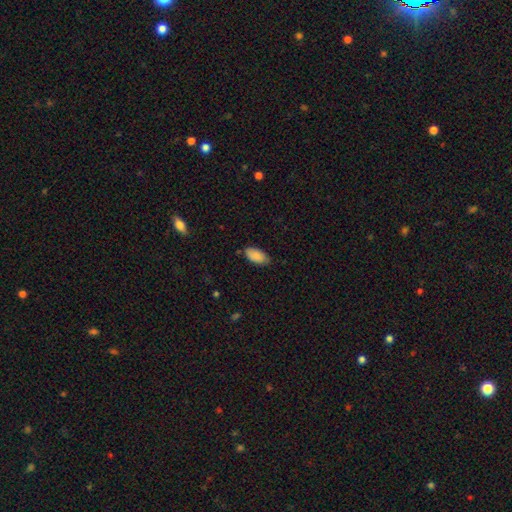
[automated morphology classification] Smooth or featured? smooth (88%)
How rounded? in between (94%)
Merging? none (78%)